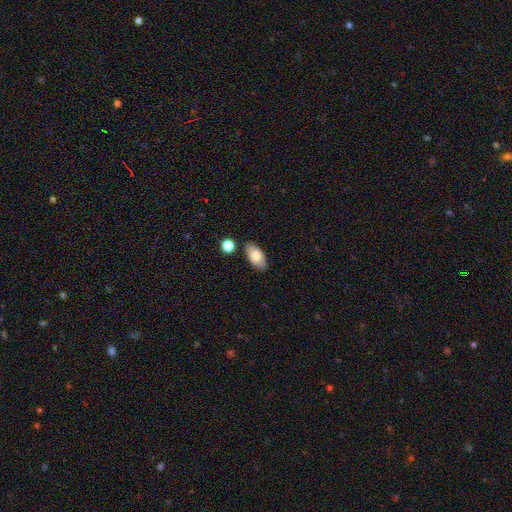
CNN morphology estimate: This appears to be a smooth galaxy with no disk features (77%) that is in between round and cigar-shaped (93%). Merging: none (82%).